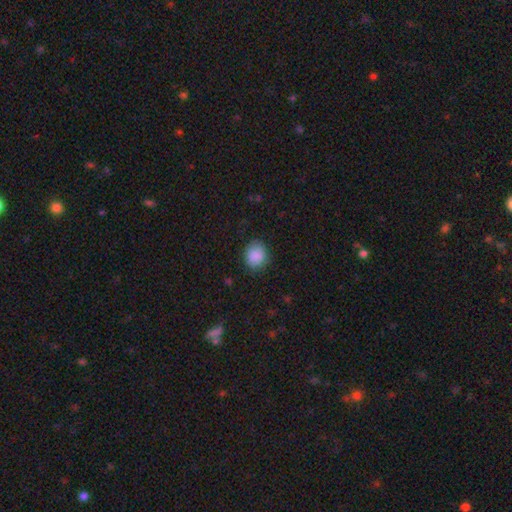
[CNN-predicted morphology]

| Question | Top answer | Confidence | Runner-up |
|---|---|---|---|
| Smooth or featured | smooth | 88% | star or artifact (8%) |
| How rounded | round | 65% | in between (34%) |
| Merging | none | 81% | minor disturbance (14%) |